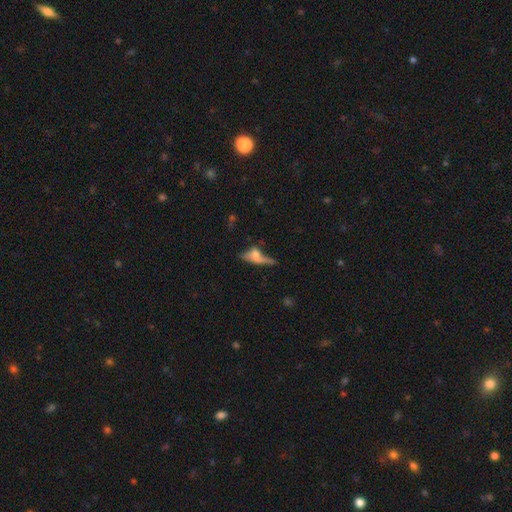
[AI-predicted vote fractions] Morphology: type=smooth (47%); merging=none (35%).